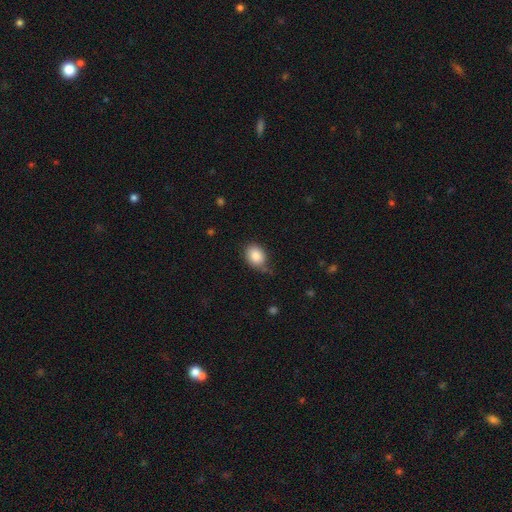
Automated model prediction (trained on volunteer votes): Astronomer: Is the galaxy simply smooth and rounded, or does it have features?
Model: smooth — 85%.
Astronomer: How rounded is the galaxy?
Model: in between — 62% (runner-up: round, 37%).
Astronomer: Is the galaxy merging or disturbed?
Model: none — 62%.